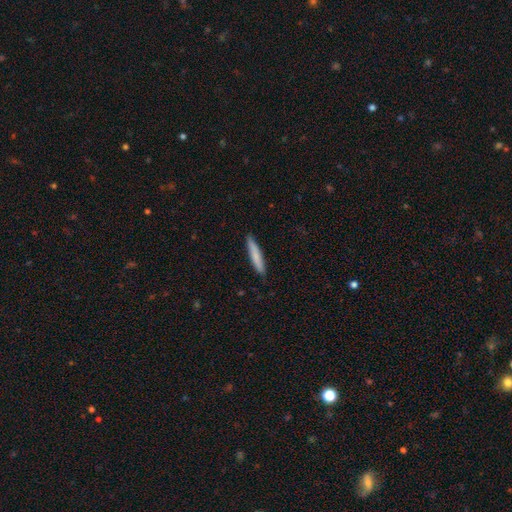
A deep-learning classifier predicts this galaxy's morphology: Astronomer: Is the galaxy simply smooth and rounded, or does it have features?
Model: smooth — 78%.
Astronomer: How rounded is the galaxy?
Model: cigar-shaped — 93%.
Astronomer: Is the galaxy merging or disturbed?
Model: none — 89%.